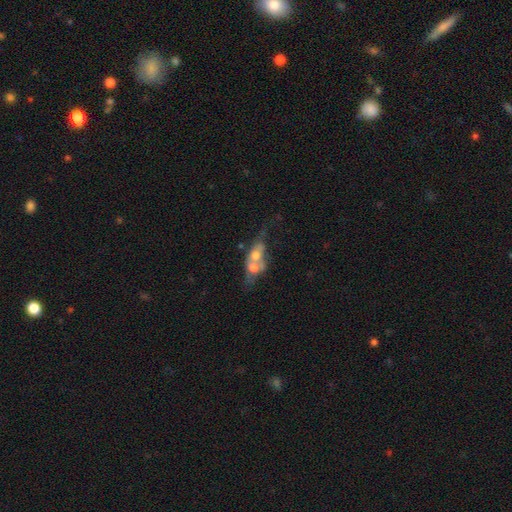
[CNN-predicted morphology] Q: Smooth or featured?
A: smooth (48%); runner-up: featured or disk (42%)
Q: Merging?
A: merger (70%); runner-up: none (14%)